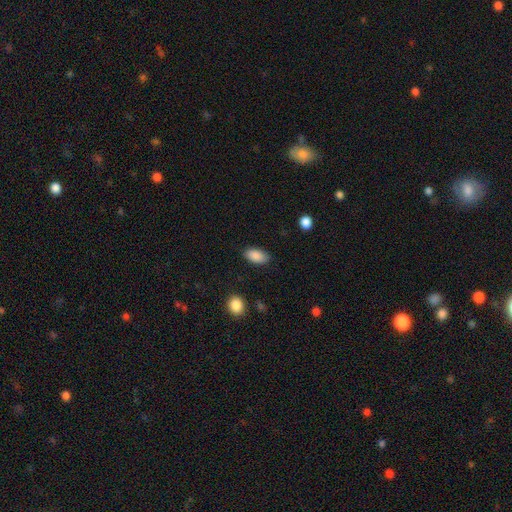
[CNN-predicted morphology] A smooth galaxy with no disk features (89%) that is in between round and cigar-shaped (93%).

Vote fractions:
- Smooth or featured? smooth: 89% / star or artifact: 7% / featured or disk: 4%
- How rounded? in between: 93% / cigar-shaped: 4% / round: 3%
- Merging? none: 86% / minor disturbance: 10% / major disturbance: 3% / merger: 1%